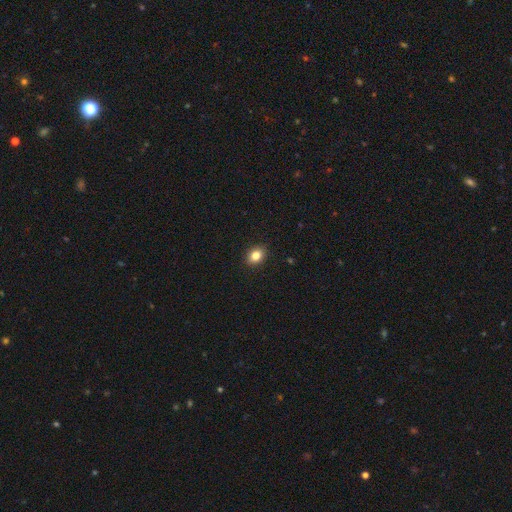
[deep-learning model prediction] smooth_or_featured: smooth (p=0.84) [alt: star or artifact p=0.10]
how_rounded: in between (p=0.63) [alt: round p=0.36]
merging: none (p=0.91) [alt: minor disturbance p=0.07]